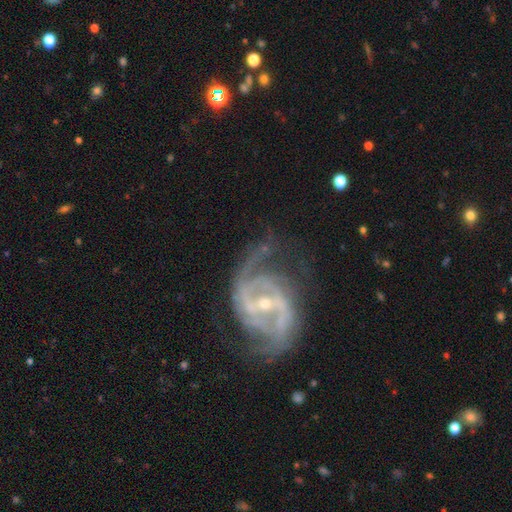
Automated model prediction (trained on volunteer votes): Morphology: type=featured or disk (90%); edge-on=no (97%); bar=weak (42%); spiral arms=yes (98%); winding=medium (51%); arm count=2 (76%); bulge=small (69%); merging=none (65%).